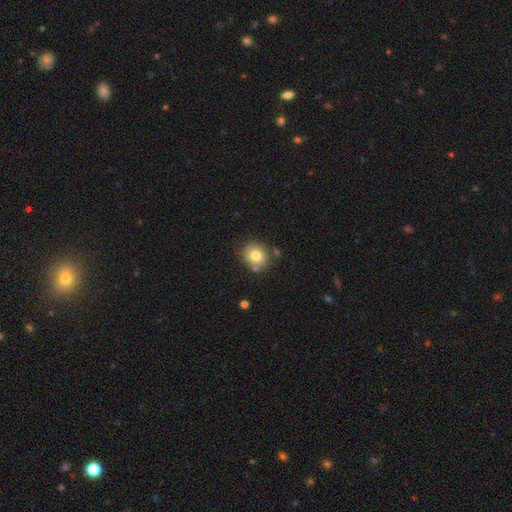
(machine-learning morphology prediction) This is likely a smooth galaxy (79%). How rounded: clearly round (80%). Merging: likely none (78%).